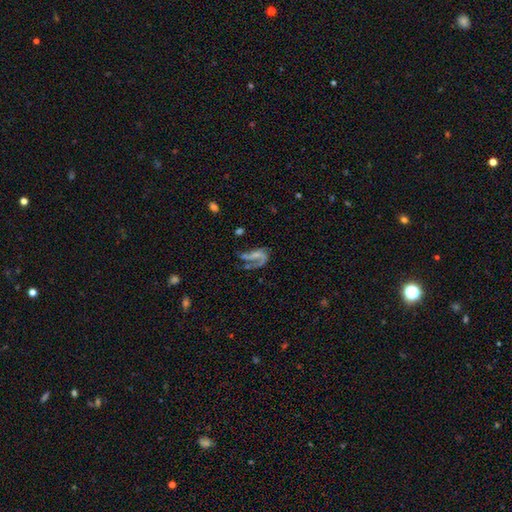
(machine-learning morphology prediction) This is likely a featured or disk galaxy (73%). It is clearly not viewed edge-on (96%). Bar: possibly no (48%). Spiral arm pattern: clearly yes (81%). Spiral arm count: possibly 1 (48%). Spiral winding: likely loose (60%). Central bulge: marginally none (42%). Merging: marginally major disturbance (45%).